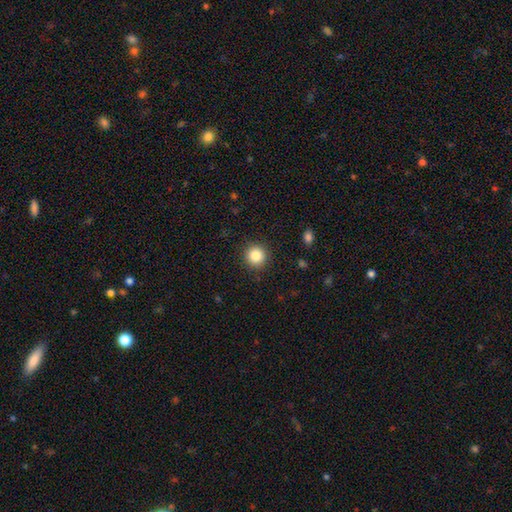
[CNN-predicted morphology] Q: Smooth or featured?
A: smooth (85%); runner-up: star or artifact (10%)
Q: How rounded?
A: round (94%); runner-up: in between (5%)
Q: Merging?
A: none (91%); runner-up: minor disturbance (6%)